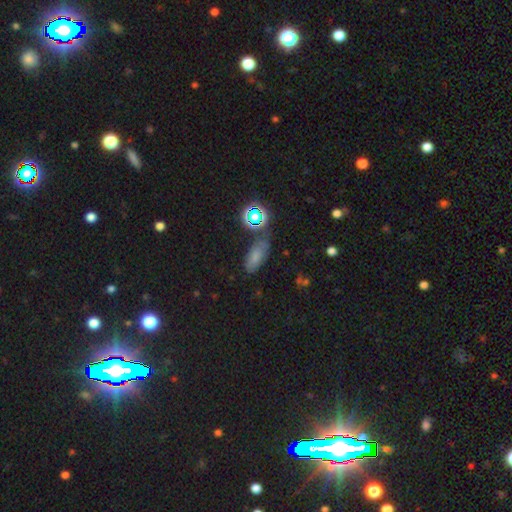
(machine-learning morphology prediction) Smooth or featured? smooth (62%)
How rounded? in between (78%)
Merging? none (64%)